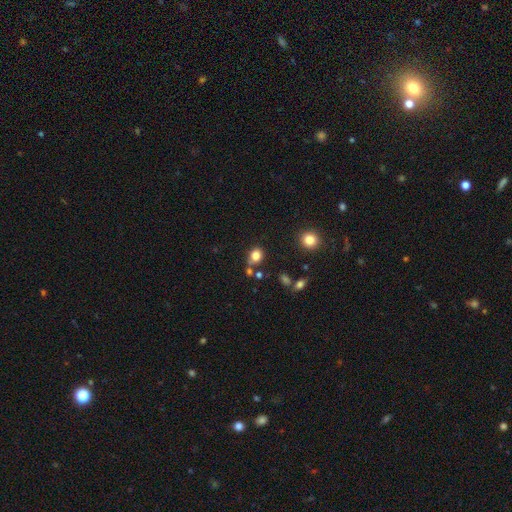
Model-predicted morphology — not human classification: Q: Smooth or featured?
A: smooth (80%); runner-up: star or artifact (13%)
Q: How rounded?
A: round (73%); runner-up: in between (26%)
Q: Merging?
A: none (69%); runner-up: merger (14%)